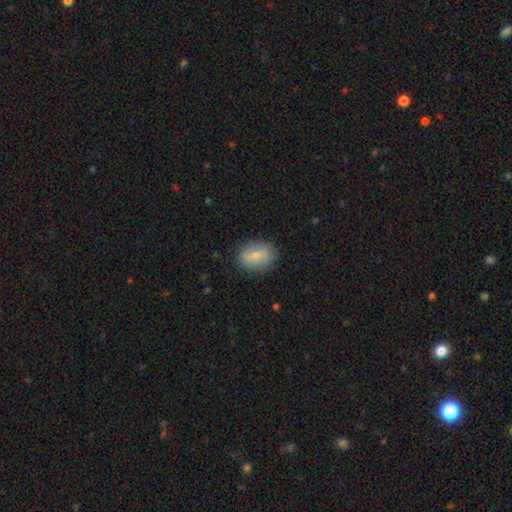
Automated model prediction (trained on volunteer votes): Overall: smooth (57%; featured or disk 35%). How rounded: in between (70%). Merging: none (83%).